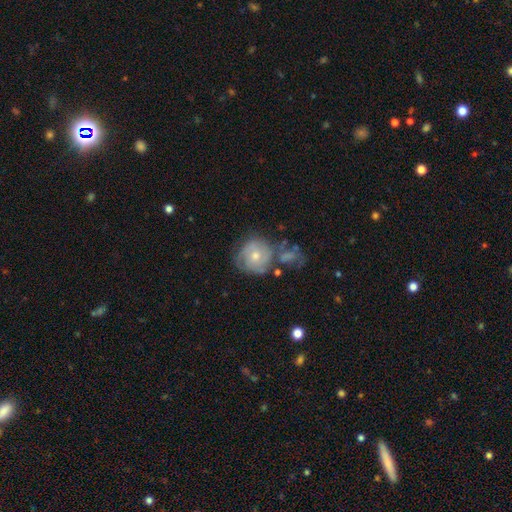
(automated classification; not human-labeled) Smooth or featured: featured or disk — 54% (smooth — 39%)
Edge-on disk: no — 97% (yes — 3%)
Bar: no — 79% (weak — 18%)
Spiral arms: yes — 69% (no — 31%)
Bulge size: moderate — 64% (small — 28%)
Merging: none — 47% (minor disturbance — 21%)